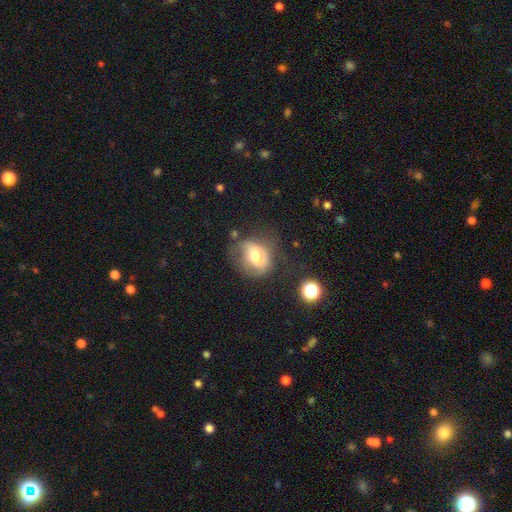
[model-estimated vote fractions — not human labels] A smooth galaxy with no disk features (58%) that is round (55%).

Vote fractions:
- Smooth or featured? smooth: 58% / featured or disk: 33% / star or artifact: 10%
- How rounded? round: 55% / in between: 44% / cigar-shaped: 1%
- Merging? none: 44% / minor disturbance: 30% / major disturbance: 22% / merger: 5%